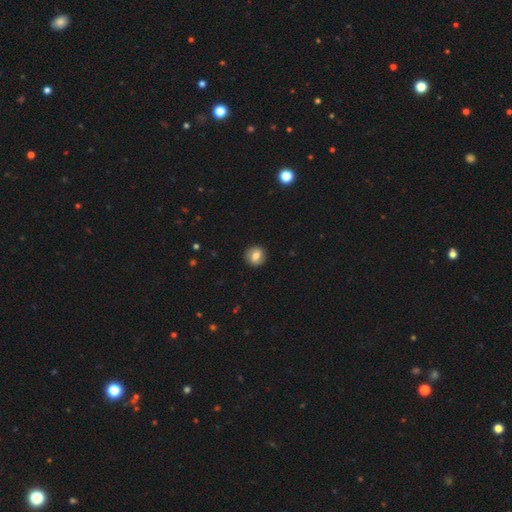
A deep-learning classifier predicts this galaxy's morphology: This is likely a smooth galaxy (63%). How rounded: clearly round (83%). Merging: clearly none (89%).